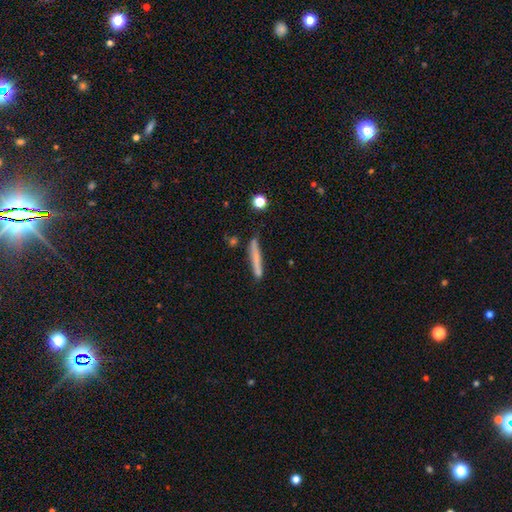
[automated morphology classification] A smooth galaxy with no disk features (68%) that is cigar-shaped (95%).

Vote fractions:
- Smooth or featured? smooth: 68% / featured or disk: 24% / star or artifact: 8%
- How rounded? cigar-shaped: 95% / in between: 3% / round: 2%
- Merging? none: 79% / minor disturbance: 14% / merger: 4% / major disturbance: 3%